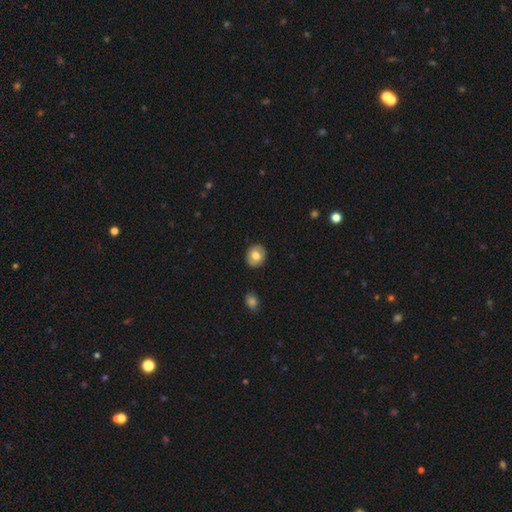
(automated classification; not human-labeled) Smooth or featured: smooth — 73% (featured or disk — 19%)
How rounded: round — 66% (in between — 33%)
Merging: none — 88% (minor disturbance — 9%)